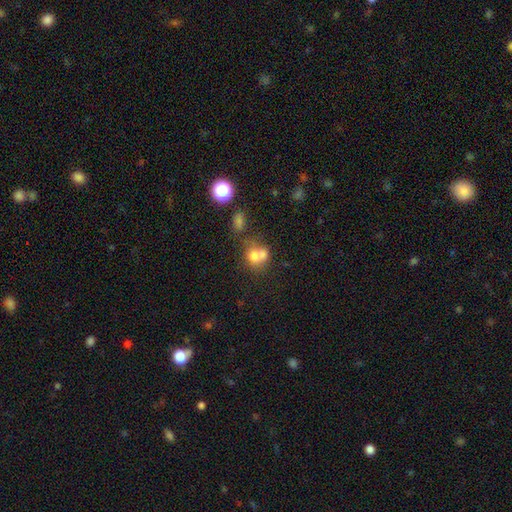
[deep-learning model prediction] This appears to be a smooth galaxy with no disk features (69%) that is round (65%). Merging: merger (58%).